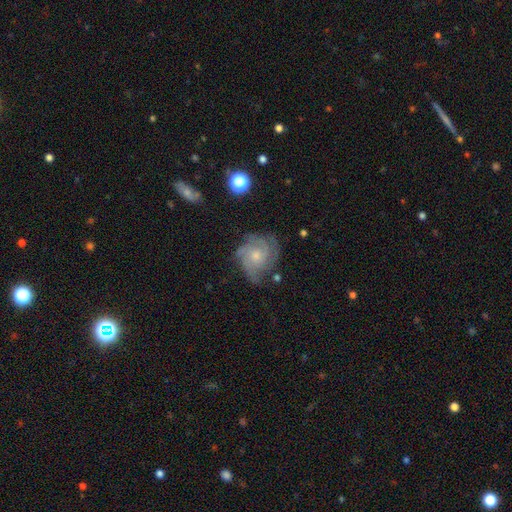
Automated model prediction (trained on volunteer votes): This appears to be a featured or disk galaxy (80%) with no bar (78%), 3 (35%) tight (53%) spiral arms (95%) and a small central bulge (51%). Merging: none (65%).